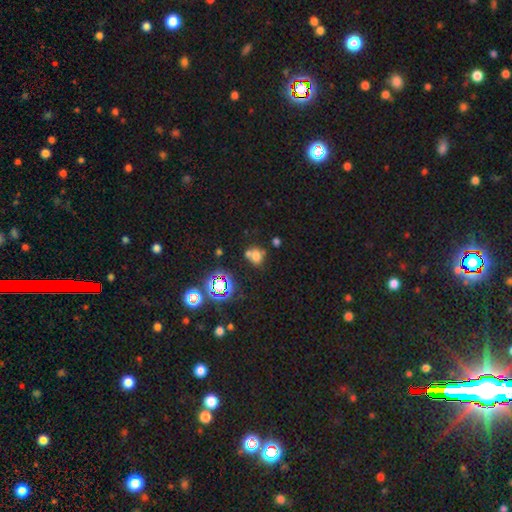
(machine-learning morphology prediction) Overall: smooth (61%; star or artifact 25%). How rounded: round (62%; in between 36%). Merging: none (44%; merger 38%).